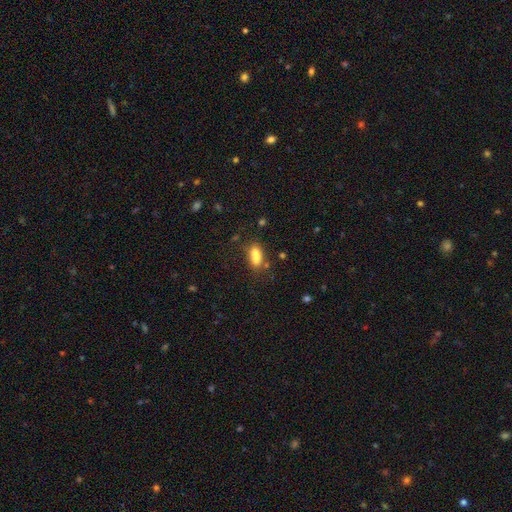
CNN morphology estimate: This appears to be a smooth galaxy with no disk features (80%) that is in between round and cigar-shaped (77%). Merging: none (61%).